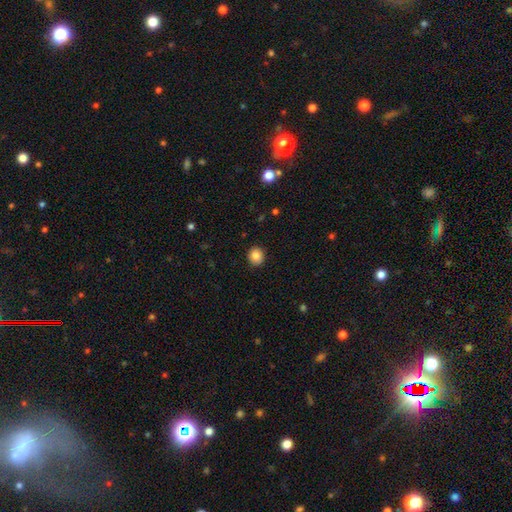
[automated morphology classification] The model was most divided on "how rounded": round: 81%, in between: 18%, cigar-shaped: 1%. More confident: merging — none (91%); smooth or featured — smooth (85%).